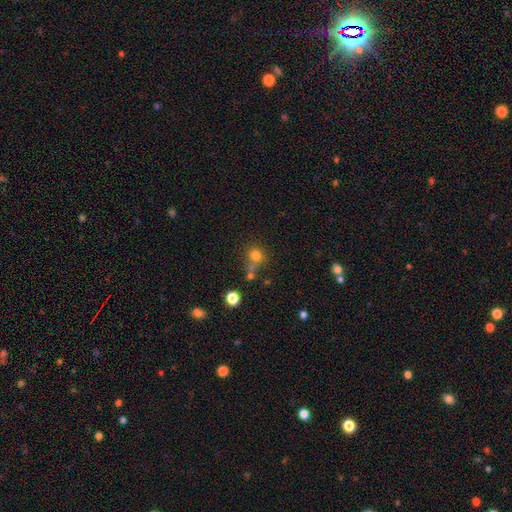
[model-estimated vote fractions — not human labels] Smooth or featured? Predicted: smooth (p=0.75). How rounded? Predicted: round (p=0.83). Merging? Predicted: none (p=0.53).